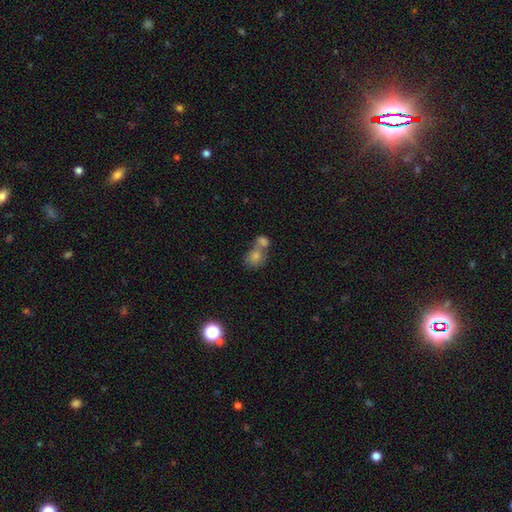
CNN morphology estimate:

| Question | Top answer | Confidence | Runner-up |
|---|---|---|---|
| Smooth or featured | smooth | 67% | star or artifact (19%) |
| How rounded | round | 71% | in between (27%) |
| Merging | merger | 50% | none (39%) |